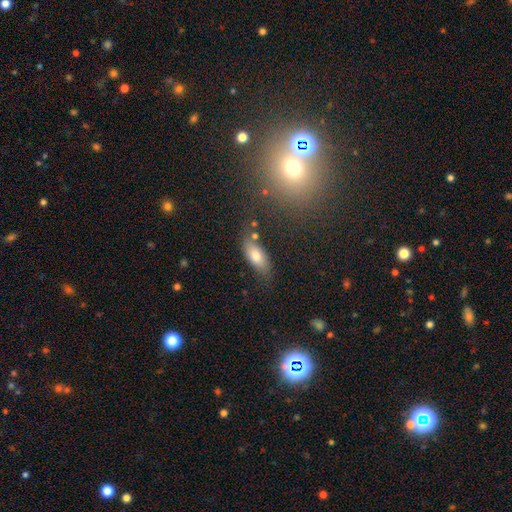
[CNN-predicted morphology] Smooth or featured?
  - smooth: 77% *
  - featured or disk: 15%
  - star or artifact: 8%
How rounded?
  - in between: 84% *
  - cigar-shaped: 12%
  - round: 3%
Merging?
  - none: 69% *
  - minor disturbance: 19%
  - merger: 7%
  - major disturbance: 5%